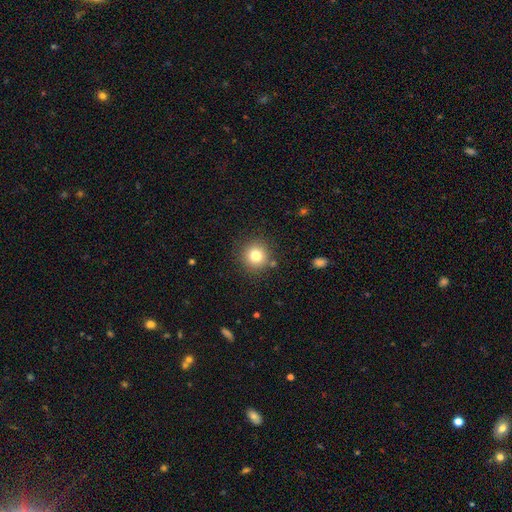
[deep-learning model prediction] Smooth or featured: smooth — 80% (star or artifact — 12%)
How rounded: round — 92% (in between — 7%)
Merging: none — 85% (minor disturbance — 8%)